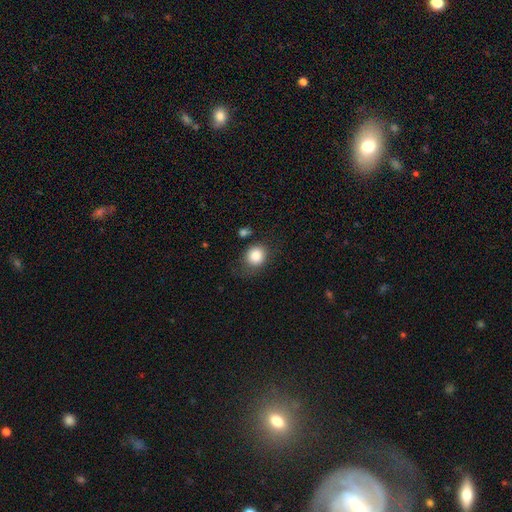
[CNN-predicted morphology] A smooth galaxy with no disk features (83%) that is round (74%).

Vote fractions:
- Smooth or featured? smooth: 83% / star or artifact: 10% / featured or disk: 7%
- How rounded? round: 74% / in between: 26% / cigar-shaped: 1%
- Merging? none: 69% / minor disturbance: 19% / major disturbance: 7% / merger: 5%